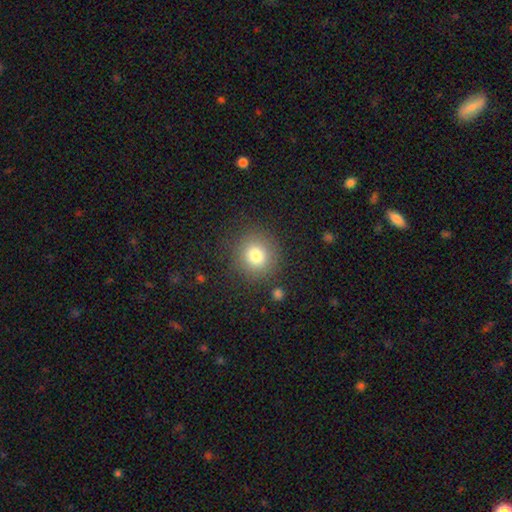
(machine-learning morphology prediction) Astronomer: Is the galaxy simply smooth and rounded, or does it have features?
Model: smooth — 79%.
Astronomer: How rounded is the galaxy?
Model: round — 91%.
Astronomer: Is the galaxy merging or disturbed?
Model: none — 85%.